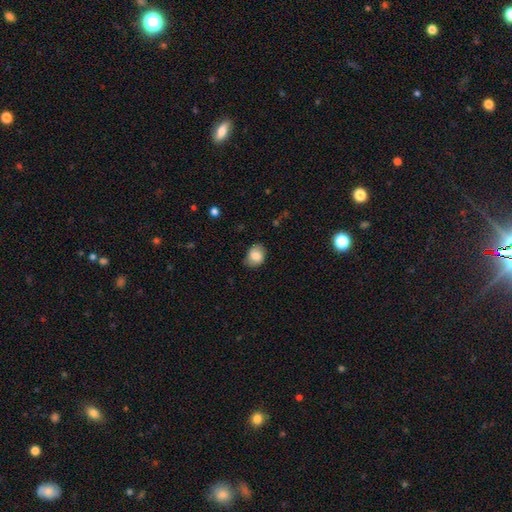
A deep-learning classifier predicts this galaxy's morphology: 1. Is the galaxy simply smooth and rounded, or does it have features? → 78% smooth, 14% featured or disk, 8% star or artifact.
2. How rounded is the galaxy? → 55% in between, 44% round, 1% cigar-shaped.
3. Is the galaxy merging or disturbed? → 71% none, 23% minor disturbance, 5% major disturbance, 1% merger.